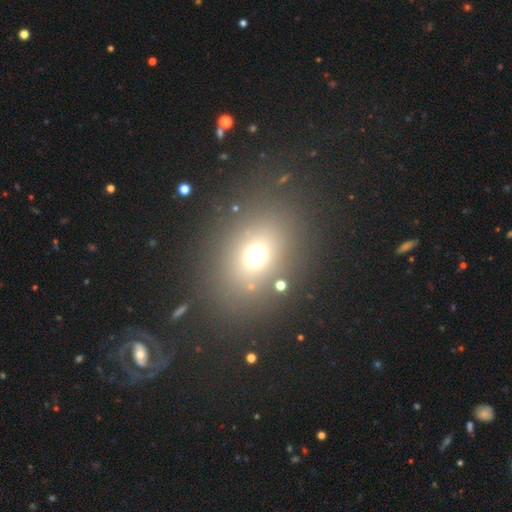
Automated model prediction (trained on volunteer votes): Morphology: type=smooth (66%); roundness=round (50%); merging=none (81%).